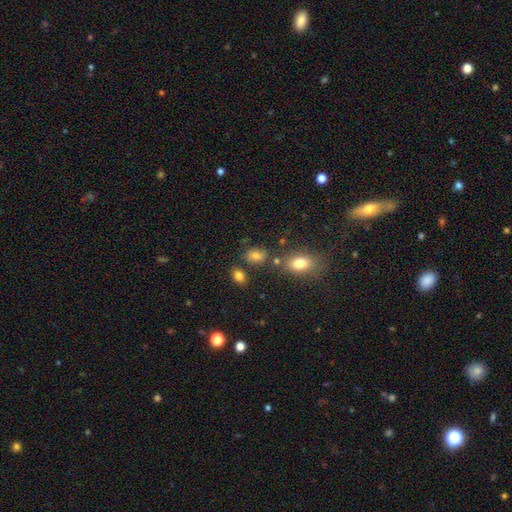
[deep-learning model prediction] Smooth or featured?
  - smooth: 79% *
  - star or artifact: 11%
  - featured or disk: 9%
How rounded?
  - in between: 84% *
  - round: 14%
  - cigar-shaped: 2%
Merging?
  - none: 70% *
  - minor disturbance: 15%
  - merger: 10%
  - major disturbance: 5%